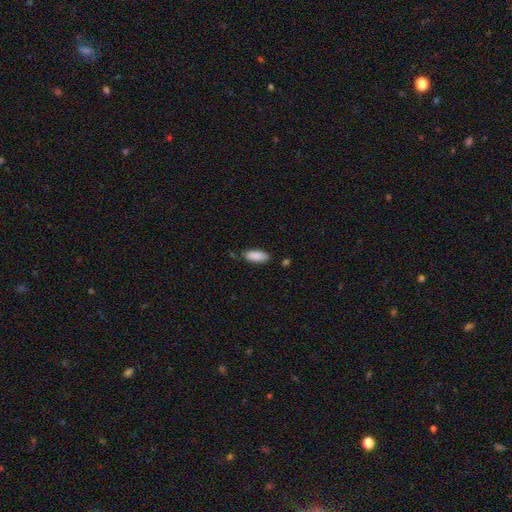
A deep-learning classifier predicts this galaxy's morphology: A smooth galaxy with no disk features (89%) that is in between round and cigar-shaped (81%).

Vote fractions:
- Smooth or featured? smooth: 89% / star or artifact: 6% / featured or disk: 4%
- How rounded? in between: 81% / cigar-shaped: 17% / round: 2%
- Merging? none: 78% / minor disturbance: 16% / merger: 3% / major disturbance: 3%